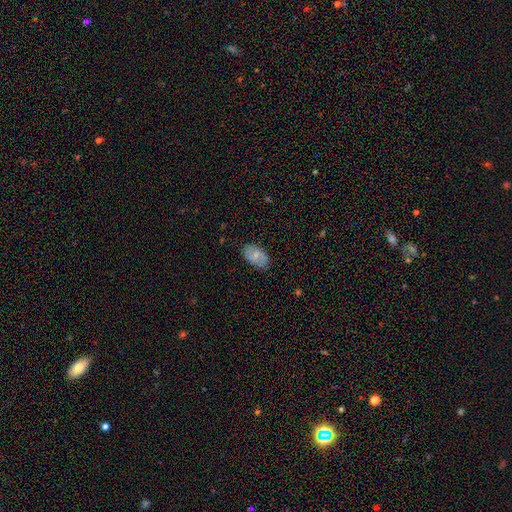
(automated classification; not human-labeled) A smooth galaxy with no disk features (57%) that is in between round and cigar-shaped (92%). Merging: none (80%).